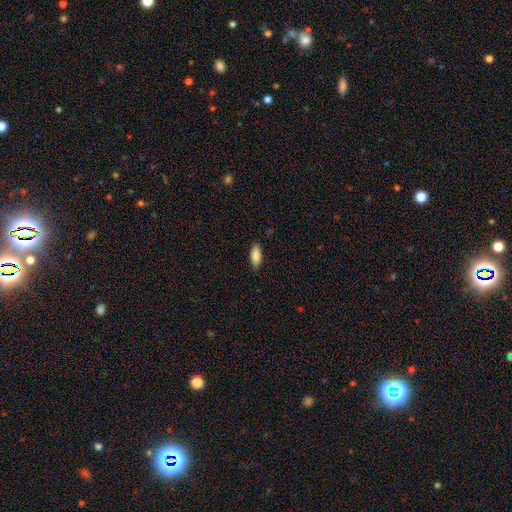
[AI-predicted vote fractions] Smooth or featured? Predicted: smooth (p=0.88). How rounded? Predicted: in between (p=0.77). Merging? Predicted: none (p=0.86).